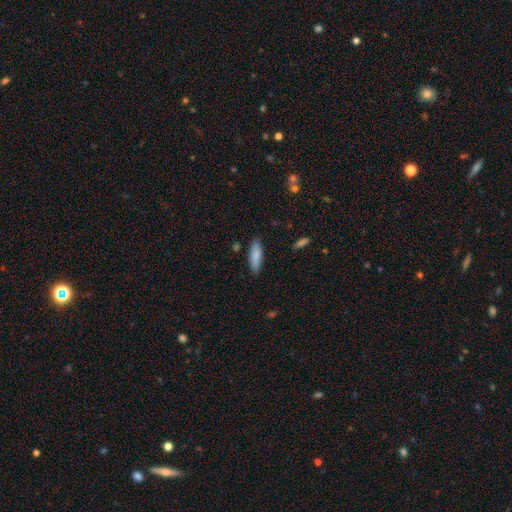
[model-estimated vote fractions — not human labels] The model was most divided on "how rounded": cigar-shaped: 54%, in between: 44%, round: 2%. More confident: merging — none (84%); smooth or featured — smooth (84%).